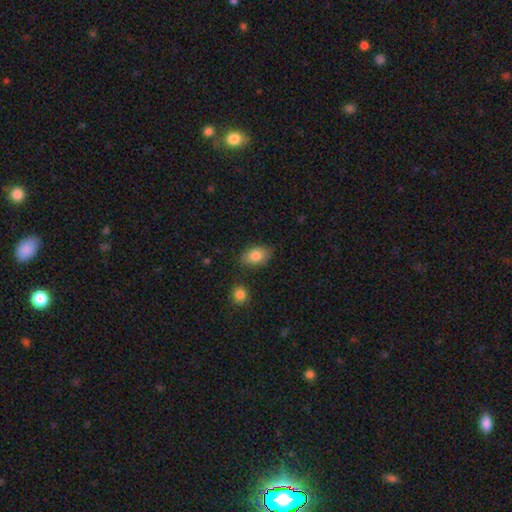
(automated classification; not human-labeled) Smooth or featured? smooth (82%)
How rounded? in between (86%)
Merging? none (79%)